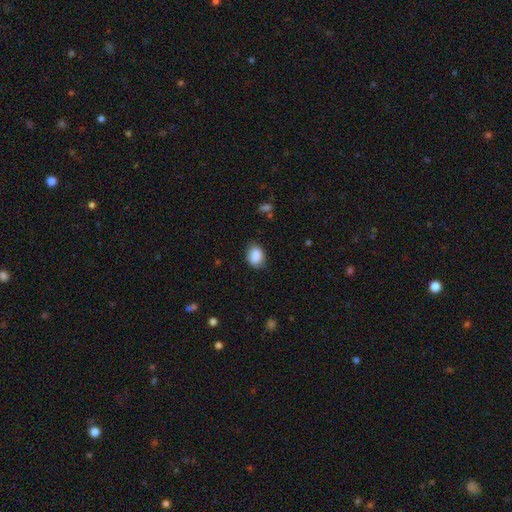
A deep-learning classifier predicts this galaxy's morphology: A smooth galaxy with no disk features (87%) that is in between round and cigar-shaped (63%).

Vote fractions:
- Smooth or featured? smooth: 87% / star or artifact: 8% / featured or disk: 6%
- How rounded? in between: 63% / round: 36% / cigar-shaped: 1%
- Merging? none: 73% / minor disturbance: 21% / major disturbance: 4% / merger: 2%